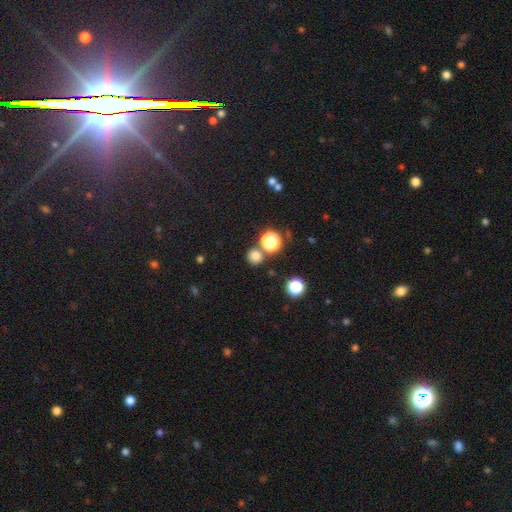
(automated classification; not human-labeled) Morphology: type=smooth (75%); roundness=round (90%); merging=none (77%).